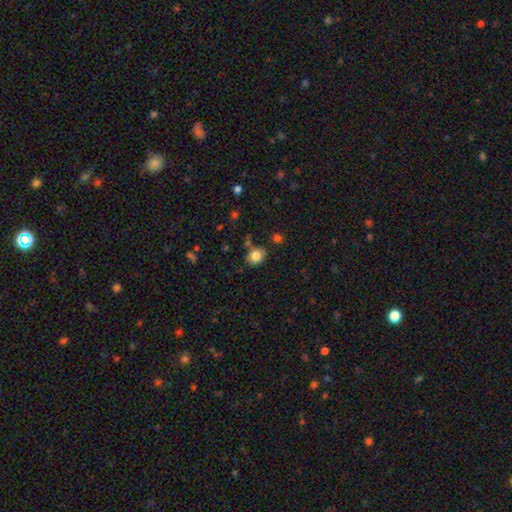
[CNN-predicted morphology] smooth 82%, star or artifact 10%, featured or disk 9%. Down the decision tree: how rounded — round (53%); merging — none (75%).